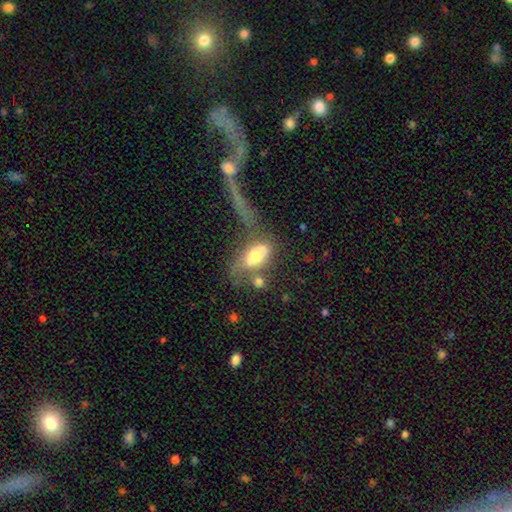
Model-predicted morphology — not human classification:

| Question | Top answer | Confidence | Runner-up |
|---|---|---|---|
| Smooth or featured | smooth | 63% | featured or disk (28%) |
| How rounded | in between | 81% | cigar-shaped (13%) |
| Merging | merger | 29% | none (28%) |